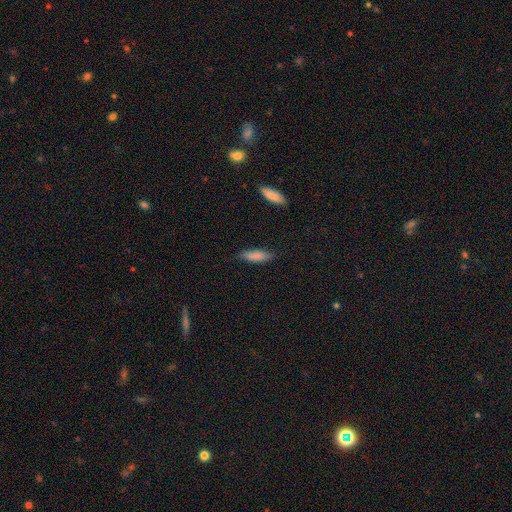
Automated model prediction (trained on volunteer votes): Q: Smooth or featured?
A: smooth (83%); runner-up: featured or disk (10%)
Q: How rounded?
A: cigar-shaped (53%); runner-up: in between (46%)
Q: Merging?
A: none (81%); runner-up: minor disturbance (15%)